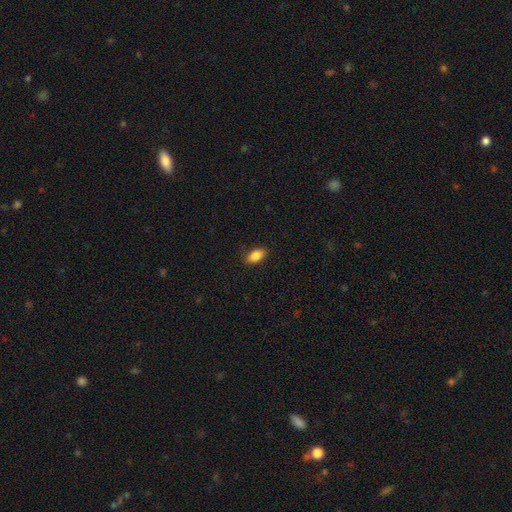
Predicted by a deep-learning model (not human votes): This is clearly a smooth galaxy (85%). How rounded: clearly in between (90%). Merging: clearly none (86%).